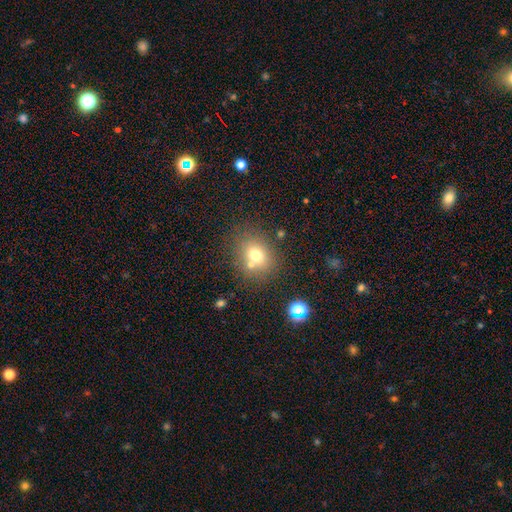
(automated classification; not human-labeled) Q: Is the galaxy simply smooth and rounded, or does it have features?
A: smooth — 70%.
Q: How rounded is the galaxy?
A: round — 57%.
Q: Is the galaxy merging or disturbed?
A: none — 66%.